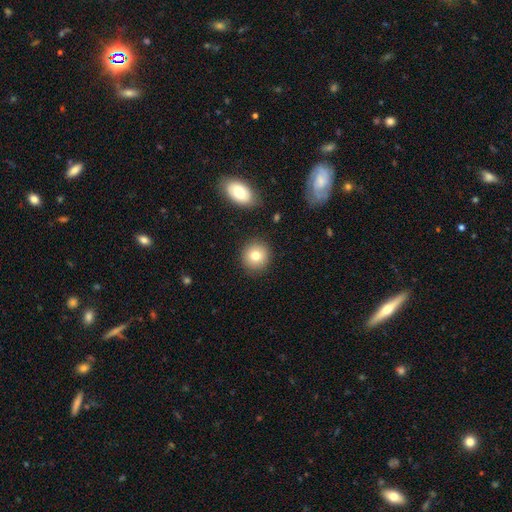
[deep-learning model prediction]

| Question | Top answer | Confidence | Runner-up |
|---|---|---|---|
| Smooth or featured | smooth | 78% | featured or disk (12%) |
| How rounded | round | 89% | in between (10%) |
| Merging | none | 88% | minor disturbance (7%) |